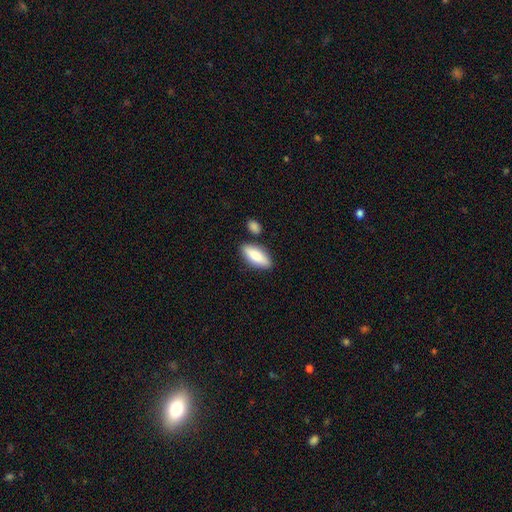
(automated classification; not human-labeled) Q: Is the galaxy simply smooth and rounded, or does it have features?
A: smooth — 80%.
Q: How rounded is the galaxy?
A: in between — 76%.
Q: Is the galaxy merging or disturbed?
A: none — 80%.